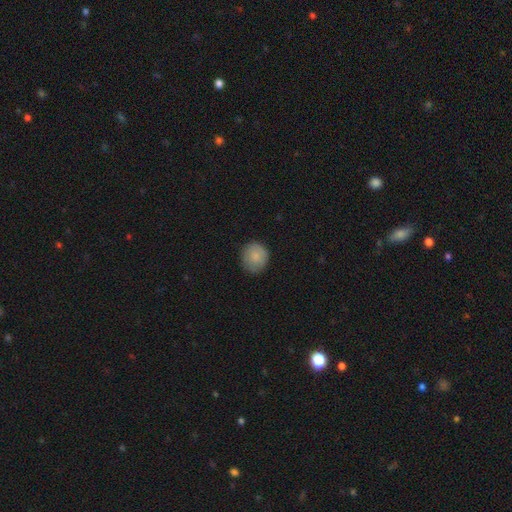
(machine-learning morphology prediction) smooth 84%, featured or disk 8%, star or artifact 7%. Down the decision tree: how rounded — round (85%); merging — none (81%).